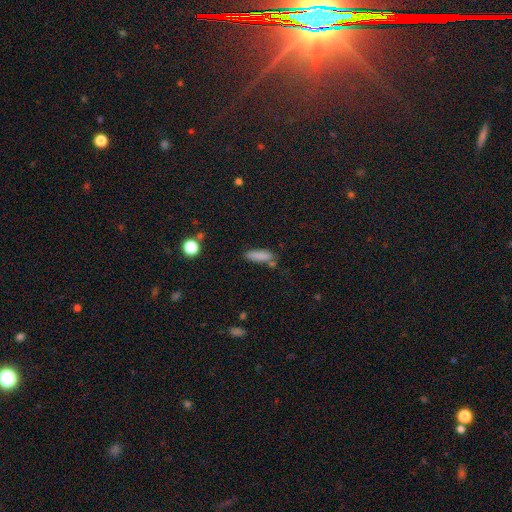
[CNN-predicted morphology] Smooth or featured? smooth (82%)
How rounded? cigar-shaped (53%)
Merging? none (71%)